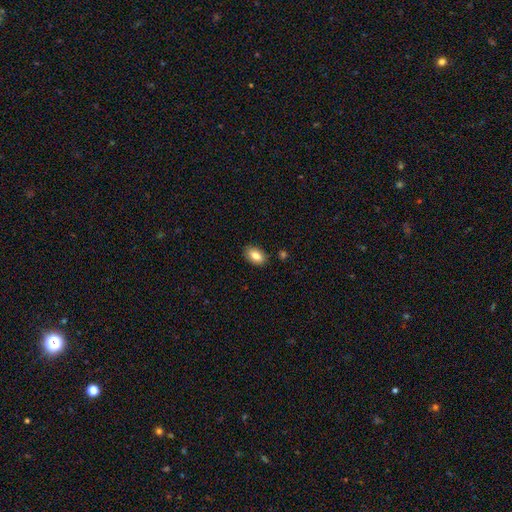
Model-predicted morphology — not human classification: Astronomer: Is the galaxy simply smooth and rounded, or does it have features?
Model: smooth — 84%.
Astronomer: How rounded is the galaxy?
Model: in between — 90%.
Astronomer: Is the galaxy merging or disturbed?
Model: none — 86%.